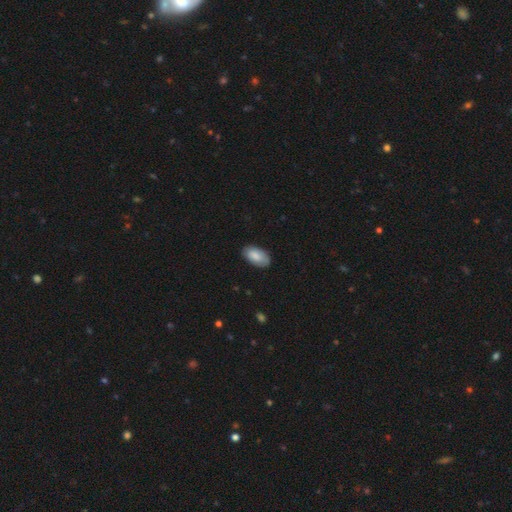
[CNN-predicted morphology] type=smooth (82%); roundness=in between (95%); merging=none (82%).